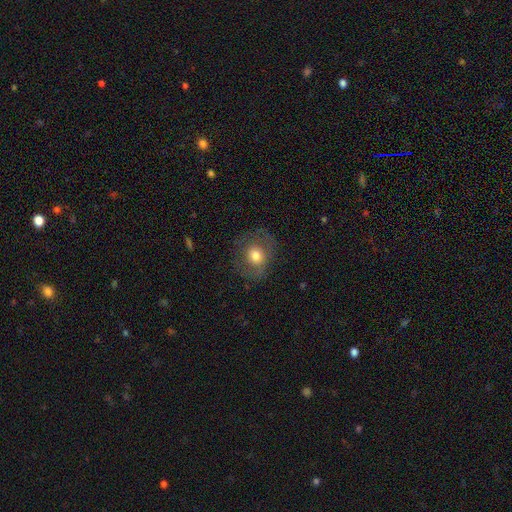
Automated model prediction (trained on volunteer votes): Smooth or featured? Predicted: smooth (p=0.65). How rounded? Predicted: round (p=0.69). Merging? Predicted: none (p=0.72).